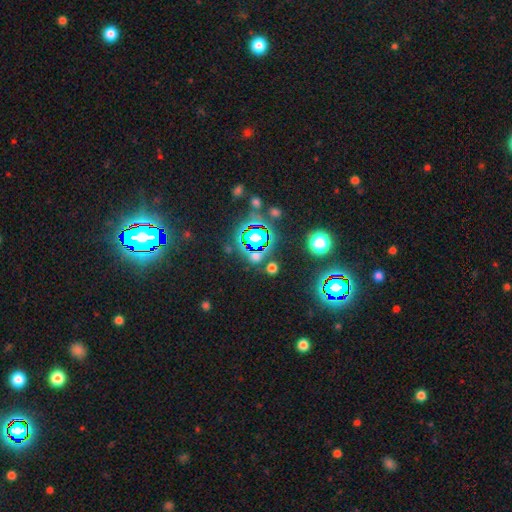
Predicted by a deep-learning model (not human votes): This appears to be a star or artifact, not a galaxy (59%).